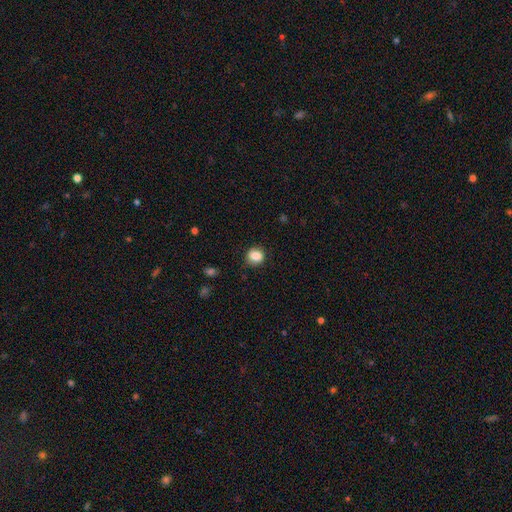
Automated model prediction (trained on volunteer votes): Smooth or featured?
  - smooth: 85% *
  - star or artifact: 9%
  - featured or disk: 5%
How rounded?
  - round: 73% *
  - in between: 26%
  - cigar-shaped: 1%
Merging?
  - none: 83% *
  - minor disturbance: 13%
  - major disturbance: 3%
  - merger: 1%